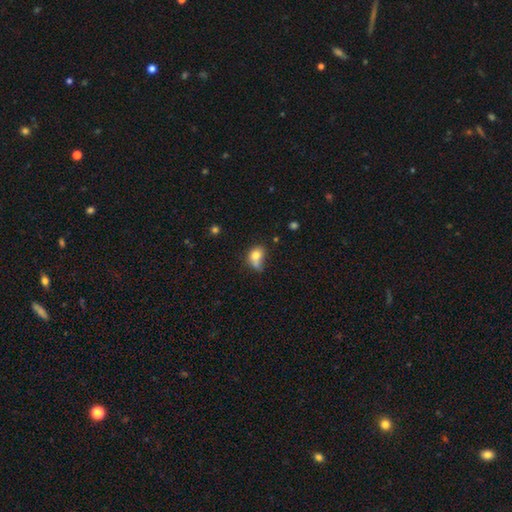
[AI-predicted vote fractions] Smooth or featured?
  - smooth: 75% *
  - featured or disk: 14%
  - star or artifact: 10%
How rounded?
  - in between: 61% *
  - round: 37%
  - cigar-shaped: 2%
Merging?
  - none: 31% *
  - merger: 26%
  - minor disturbance: 25%
  - major disturbance: 18%